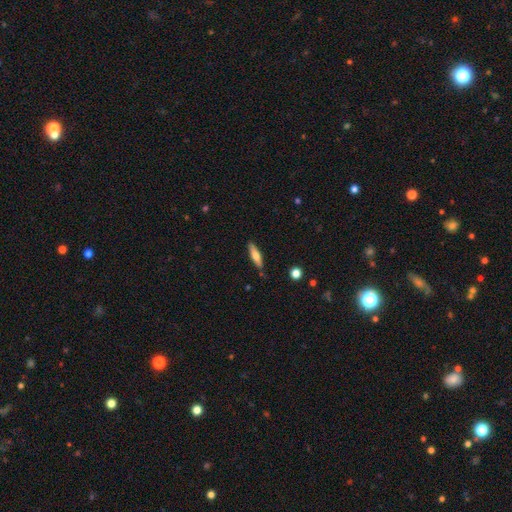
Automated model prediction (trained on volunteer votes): smooth_or_featured: smooth (p=0.56) [alt: featured or disk p=0.37]
how_rounded: cigar-shaped (p=0.75) [alt: in between p=0.23]
merging: none (p=0.82) [alt: minor disturbance p=0.13]